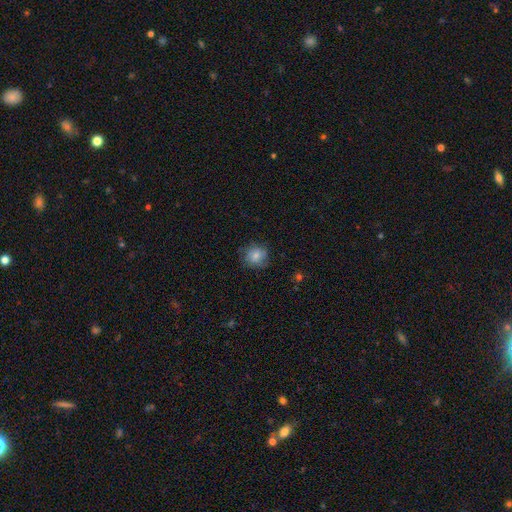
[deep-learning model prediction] This is likely a smooth galaxy (68%). How rounded: likely round (77%). Merging: likely none (71%).